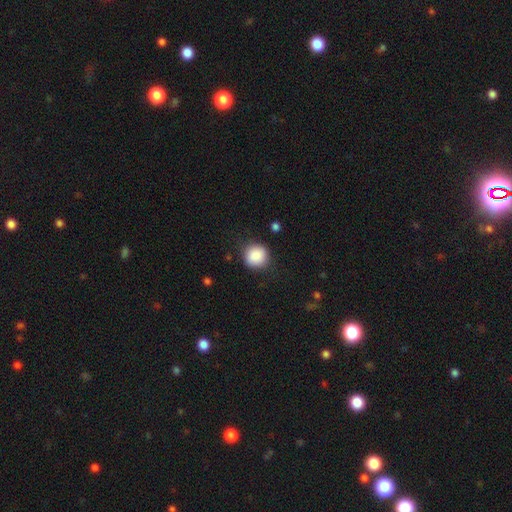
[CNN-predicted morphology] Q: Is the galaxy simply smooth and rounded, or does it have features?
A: smooth — 89%.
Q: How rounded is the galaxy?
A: round — 89%.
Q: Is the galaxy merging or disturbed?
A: none — 84%.